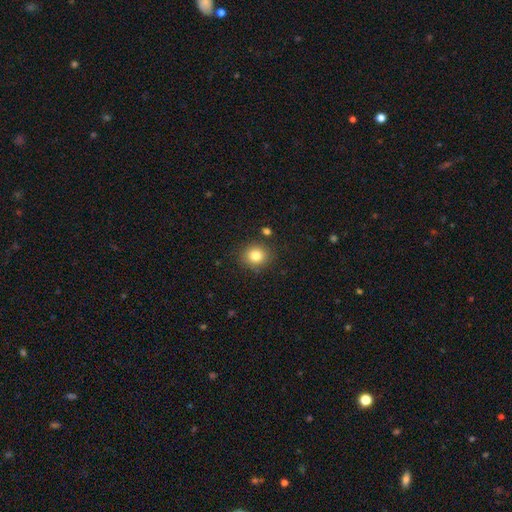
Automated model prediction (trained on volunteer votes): Smooth or featured? Predicted: smooth (p=0.82). How rounded? Predicted: round (p=0.80). Merging? Predicted: none (p=0.85).